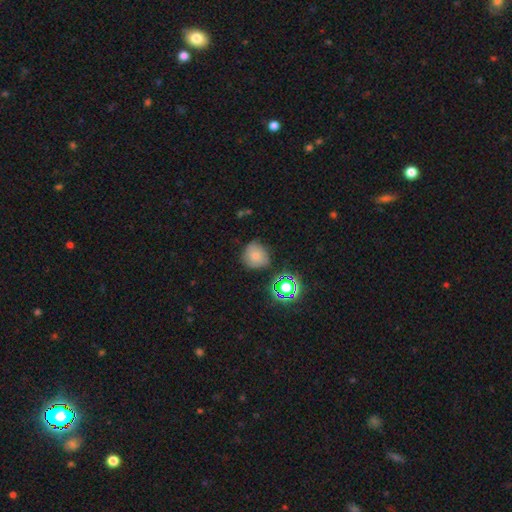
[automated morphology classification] The model was most divided on "smooth or featured": smooth: 67%, star or artifact: 18%, featured or disk: 15%. More confident: how rounded — round (88%); merging — none (72%).